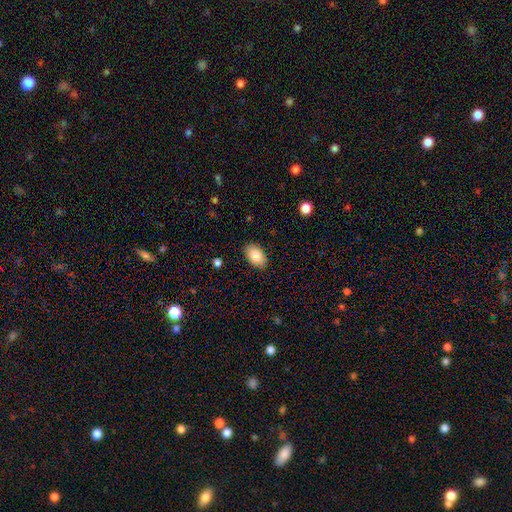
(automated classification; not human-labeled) Overall: smooth (85%). How rounded: in between (91%). Merging: none (87%).